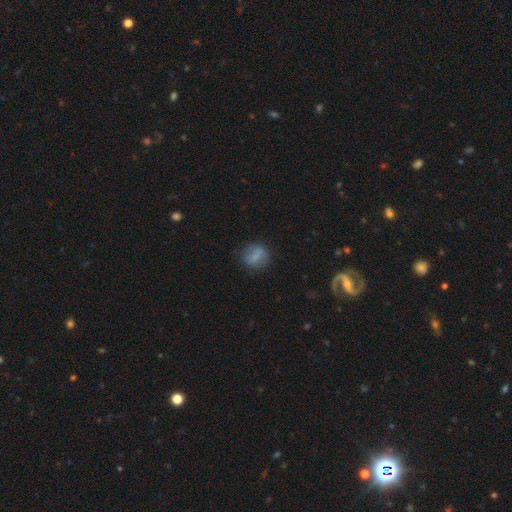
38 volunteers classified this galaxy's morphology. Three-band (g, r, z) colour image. It shows a smooth galaxy with no disk features (71%) that is round (63%). Merging: none (78%).